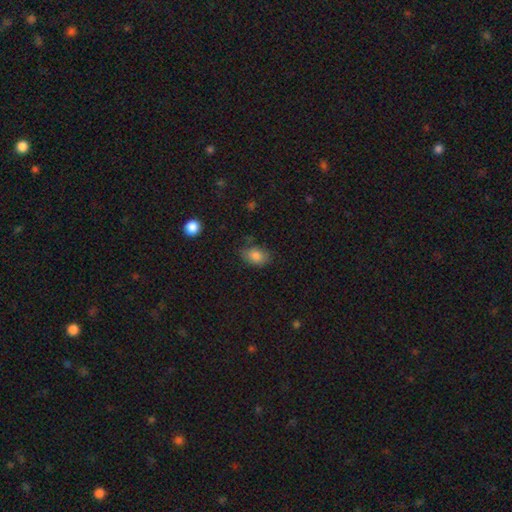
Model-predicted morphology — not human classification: smooth_or_featured: smooth (p=0.83) [alt: star or artifact p=0.09]
how_rounded: in between (p=0.81) [alt: round p=0.18]
merging: none (p=0.70) [alt: minor disturbance p=0.23]